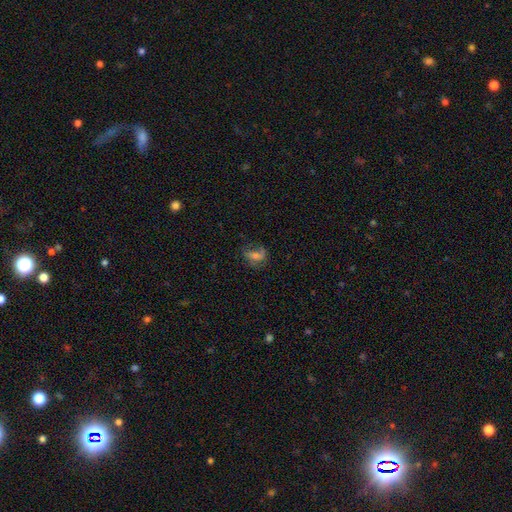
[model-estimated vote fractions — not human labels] This appears to be a featured or disk galaxy (47%). Merging: none (54%).